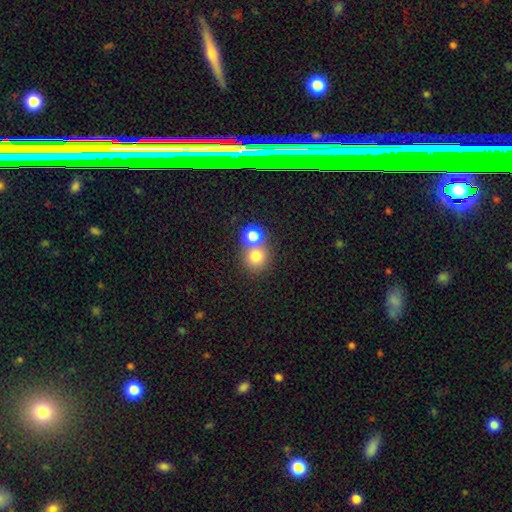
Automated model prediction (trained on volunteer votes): Smooth or featured? smooth (77%)
How rounded? round (87%)
Merging? none (46%)